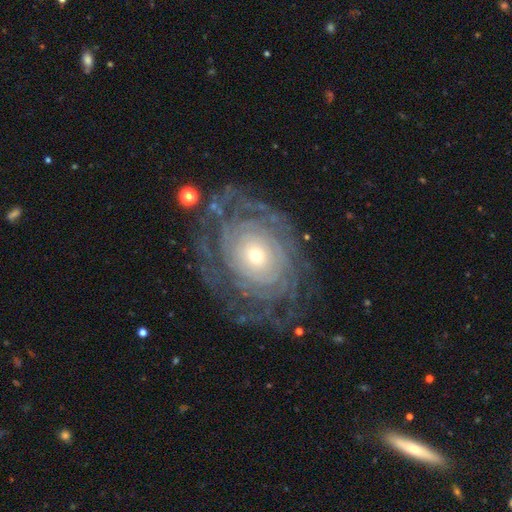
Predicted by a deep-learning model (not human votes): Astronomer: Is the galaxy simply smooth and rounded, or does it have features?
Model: featured or disk — 87%.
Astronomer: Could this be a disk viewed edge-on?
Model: no — 97%.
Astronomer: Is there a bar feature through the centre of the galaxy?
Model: no — 83%.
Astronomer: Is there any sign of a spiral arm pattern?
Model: yes — 94%.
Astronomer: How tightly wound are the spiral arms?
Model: tight — 83%.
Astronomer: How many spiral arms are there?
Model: can't tell — 36% (runner-up: more than 4, 23%).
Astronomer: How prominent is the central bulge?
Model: small — 60%.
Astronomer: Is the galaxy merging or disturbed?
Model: none — 72%.